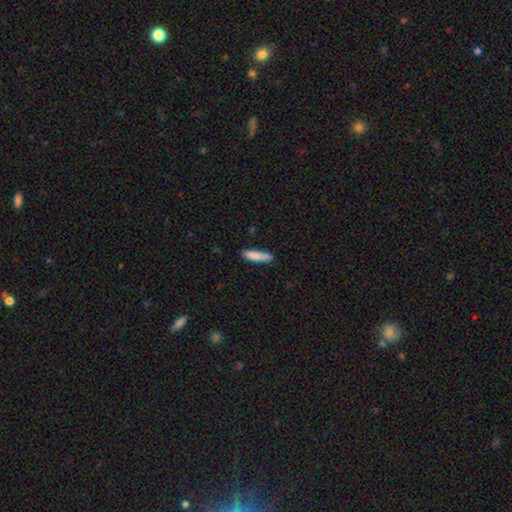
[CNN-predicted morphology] Q: Smooth or featured?
A: smooth (86%); runner-up: featured or disk (8%)
Q: How rounded?
A: cigar-shaped (76%); runner-up: in between (22%)
Q: Merging?
A: none (80%); runner-up: minor disturbance (16%)